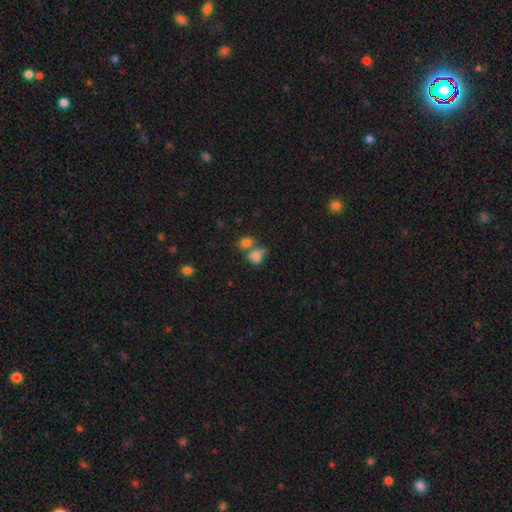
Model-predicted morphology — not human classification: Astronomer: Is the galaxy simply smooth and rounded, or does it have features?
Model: smooth — 77%.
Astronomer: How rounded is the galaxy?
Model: in between — 57% (runner-up: round, 41%).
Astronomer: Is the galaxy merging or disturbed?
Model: merger — 47% (runner-up: none, 29%).